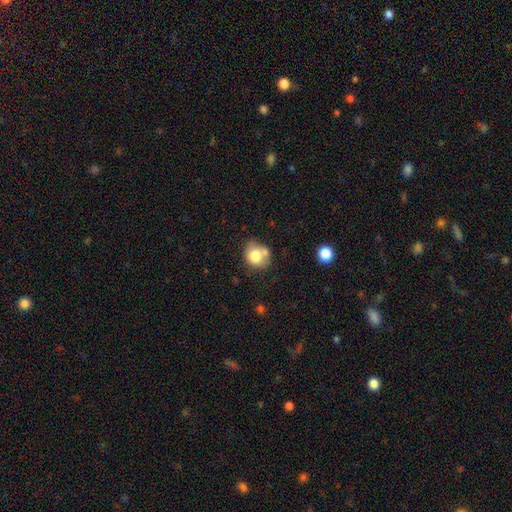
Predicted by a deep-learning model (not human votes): A smooth galaxy with no disk features (77%) that is round (71%). Merging: none (51%).